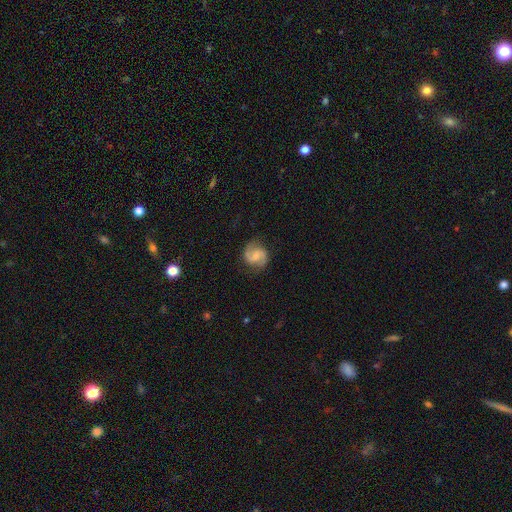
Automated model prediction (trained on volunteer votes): This appears to be a featured or disk galaxy (81%) with no bar (48%), 2 (92%) medium (53%) spiral arms (96%) and a small central bulge (50%). Merging: none (81%).